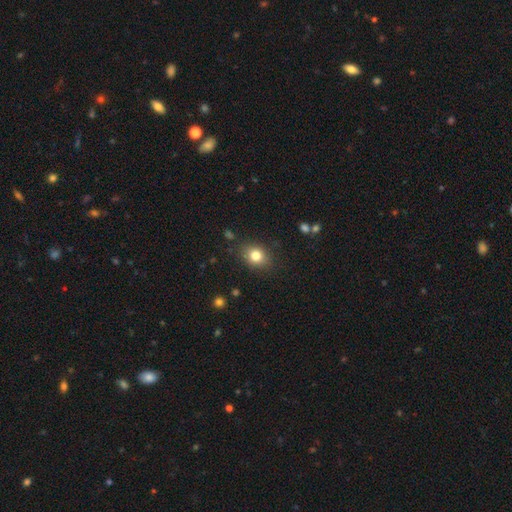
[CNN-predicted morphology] smooth 81%, star or artifact 11%, featured or disk 8%. Down the decision tree: how rounded — round (53%); merging — none (84%).